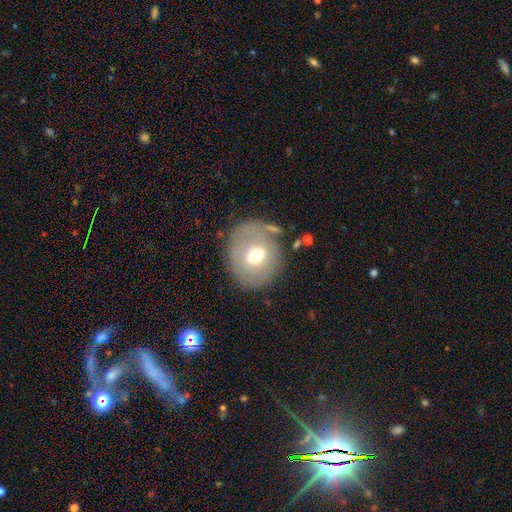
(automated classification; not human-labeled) A smooth galaxy with no disk features (62%) that is round (77%).

Vote fractions:
- Smooth or featured? smooth: 62% / featured or disk: 28% / star or artifact: 10%
- How rounded? round: 77% / in between: 22% / cigar-shaped: 1%
- Merging? none: 74% / minor disturbance: 14% / major disturbance: 7% / merger: 5%